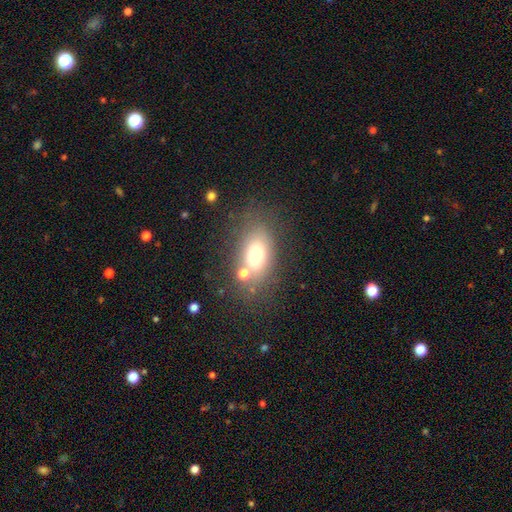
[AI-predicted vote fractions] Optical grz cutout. It shows a smooth galaxy with no disk features (70%) that is in between round and cigar-shaped (82%). Merging: none (65%).